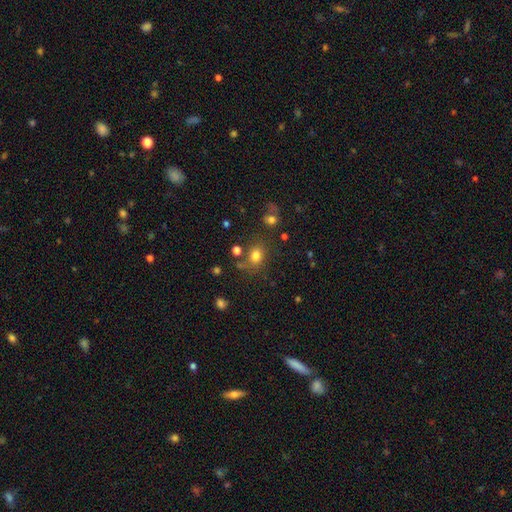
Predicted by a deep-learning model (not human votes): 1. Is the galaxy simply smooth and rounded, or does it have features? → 77% smooth, 16% star or artifact, 8% featured or disk.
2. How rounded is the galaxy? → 57% round, 42% in between, 1% cigar-shaped.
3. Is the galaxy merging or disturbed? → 70% none, 14% minor disturbance, 9% merger, 7% major disturbance.